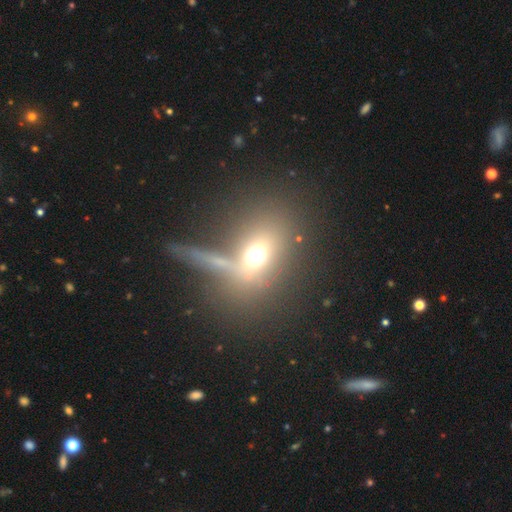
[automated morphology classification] Smooth or featured? Predicted: smooth (p=0.59). How rounded? Predicted: in between (p=0.53). Merging? Predicted: none (p=0.51).